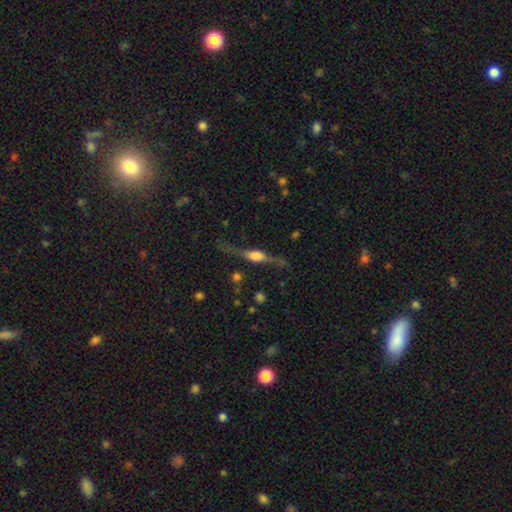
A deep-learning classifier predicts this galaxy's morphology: smooth_or_featured: featured or disk (p=0.79) [alt: smooth p=0.14]
disk_edge_on: yes (p=0.90) [alt: no p=0.10]
edge_on_bulge: rounded (p=0.82) [alt: boxy p=0.15]
merging: none (p=0.75) [alt: minor disturbance p=0.15]